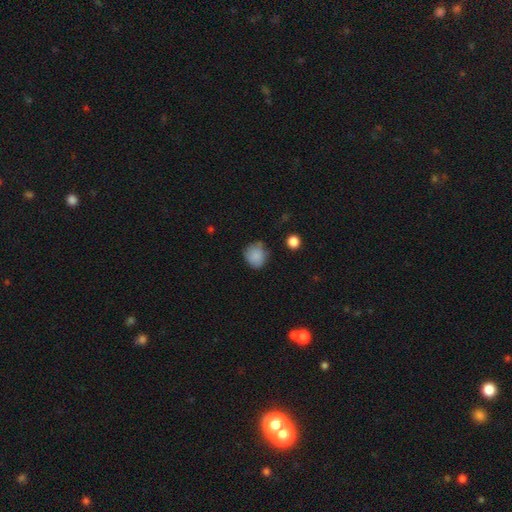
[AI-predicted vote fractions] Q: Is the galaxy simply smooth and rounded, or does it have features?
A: smooth — 86%.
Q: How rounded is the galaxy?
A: round — 82%.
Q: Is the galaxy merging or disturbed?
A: none — 67%.